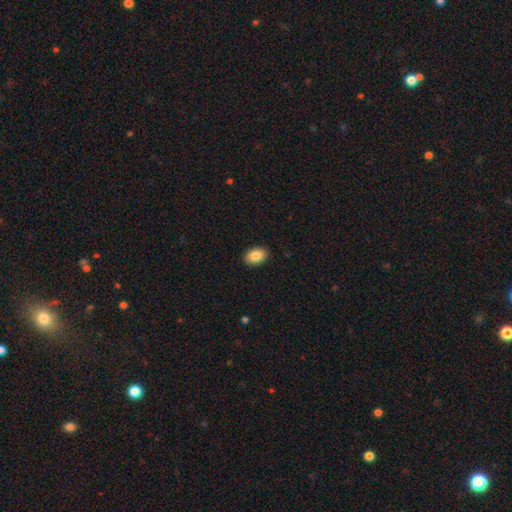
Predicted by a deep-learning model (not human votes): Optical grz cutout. It shows a smooth galaxy with no disk features (87%) that is in between round and cigar-shaped (84%). Merging: none (91%).